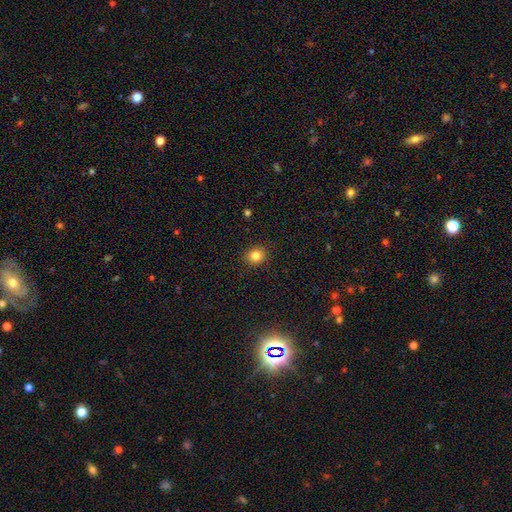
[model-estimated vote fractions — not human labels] A smooth galaxy with no disk features (83%) that is round (75%). Merging: none (90%).